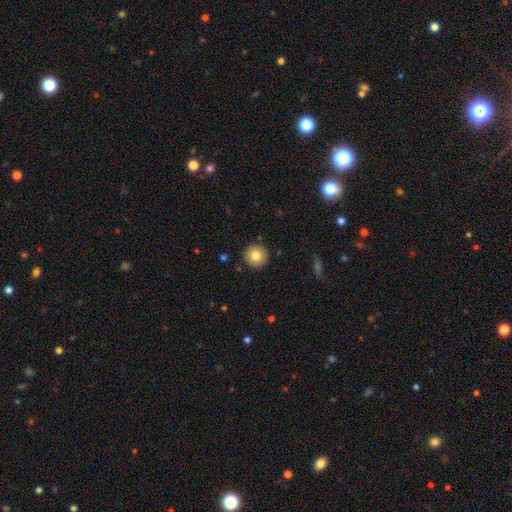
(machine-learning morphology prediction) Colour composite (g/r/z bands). It shows a smooth galaxy with no disk features (80%) that is round (95%). Merging: none (92%).